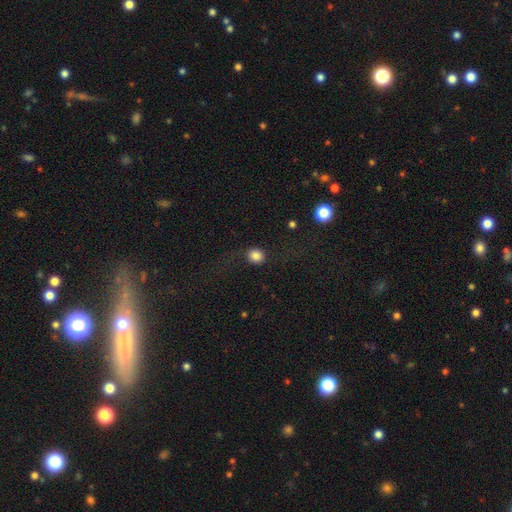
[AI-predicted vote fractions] Smooth or featured? smooth (82%)
How rounded? round (82%)
Merging? none (76%)